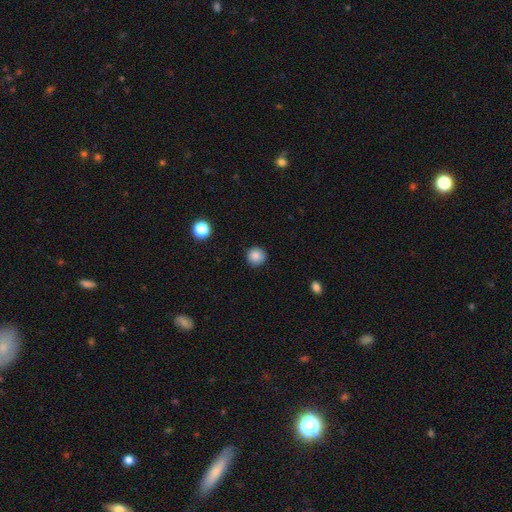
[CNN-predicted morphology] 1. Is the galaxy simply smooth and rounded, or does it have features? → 86% smooth, 11% star or artifact, 3% featured or disk.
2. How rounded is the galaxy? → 94% round, 5% in between, 1% cigar-shaped.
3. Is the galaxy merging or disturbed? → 90% none, 7% minor disturbance, 2% major disturbance, 1% merger.